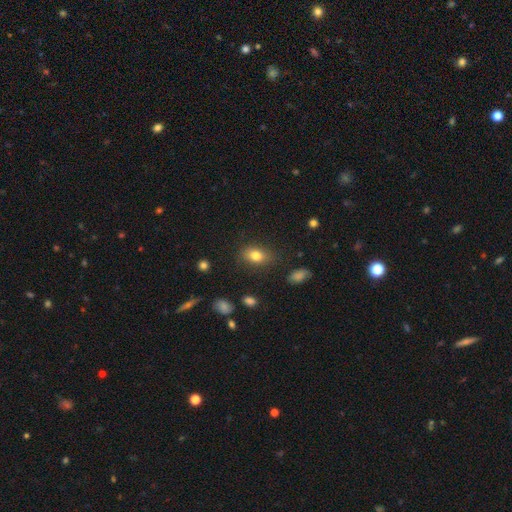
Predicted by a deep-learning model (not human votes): Smooth or featured?
  - smooth: 79% *
  - featured or disk: 11%
  - star or artifact: 10%
How rounded?
  - in between: 78% *
  - round: 20%
  - cigar-shaped: 2%
Merging?
  - none: 81% *
  - minor disturbance: 13%
  - major disturbance: 4%
  - merger: 2%